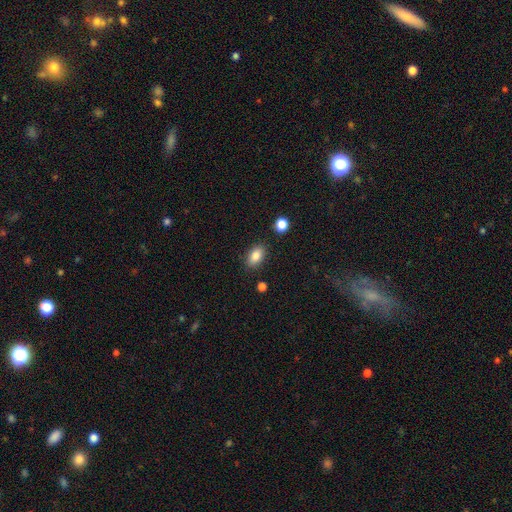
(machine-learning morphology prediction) smooth_or_featured: smooth (p=0.85) [alt: star or artifact p=0.08]
how_rounded: in between (p=0.88) [alt: round p=0.10]
merging: none (p=0.85) [alt: minor disturbance p=0.10]